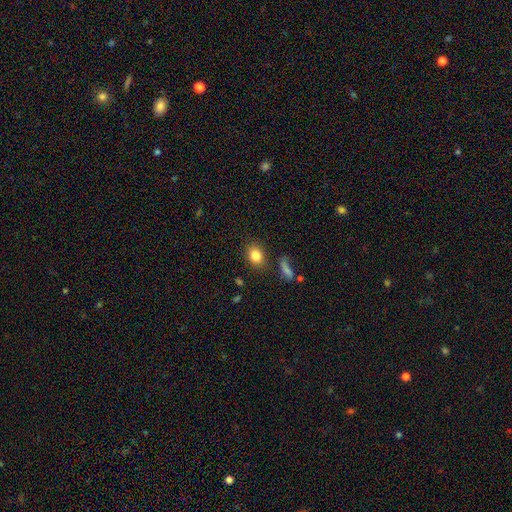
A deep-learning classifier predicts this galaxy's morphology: Smooth or featured: smooth — 83% (star or artifact — 10%)
How rounded: in between — 52% (round — 46%)
Merging: none — 81% (minor disturbance — 11%)